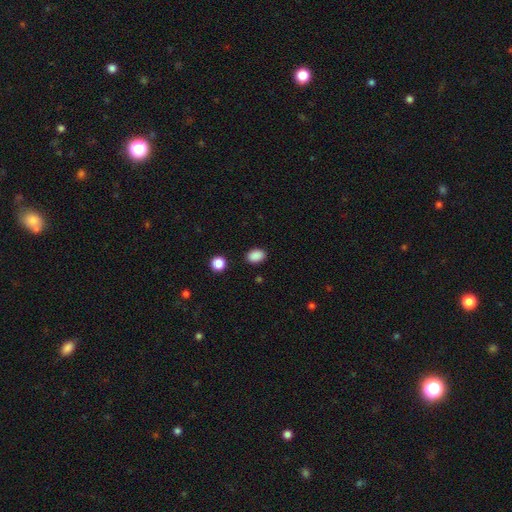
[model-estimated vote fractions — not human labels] Overall: smooth (88%). How rounded: in between (78%). Merging: none (88%).